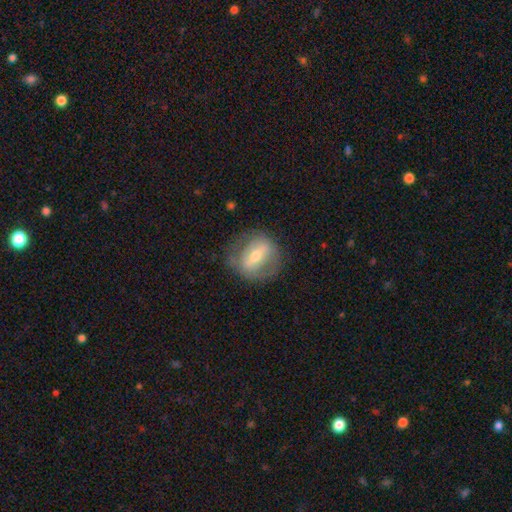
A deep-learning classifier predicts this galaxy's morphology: A featured or disk galaxy (58%) with a strong bar (46%), no spiral arms (64%) and a moderate central bulge (61%). Merging: none (73%).